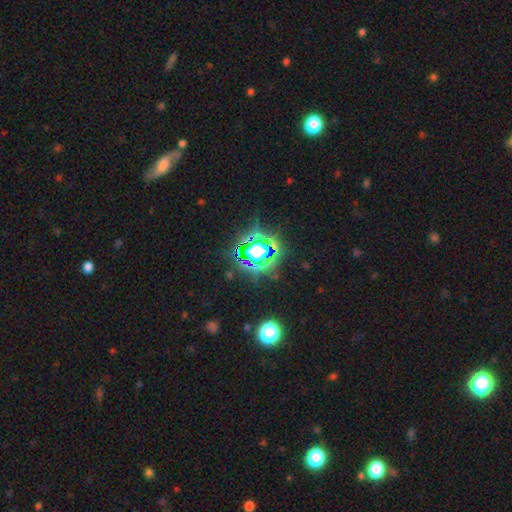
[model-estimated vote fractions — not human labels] The model was most divided on "smooth or featured": star or artifact: 75%, smooth: 16%, featured or disk: 9%.